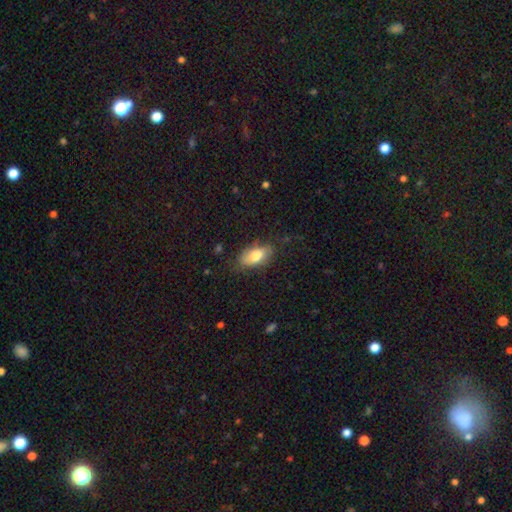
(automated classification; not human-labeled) smooth-or-featured: smooth: 76% | featured or disk: 18% | star or artifact: 7%
  how-rounded: in between: 90% | cigar-shaped: 6% | round: 4%
  merging: none: 76% | minor disturbance: 18% | major disturbance: 5% | merger: 1%